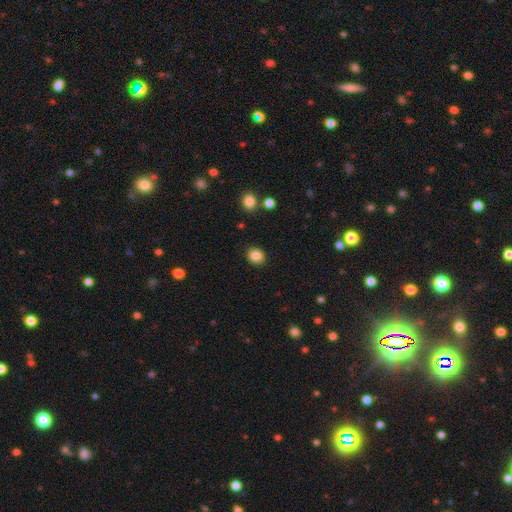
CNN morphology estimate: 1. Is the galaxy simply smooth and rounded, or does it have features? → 85% smooth, 10% star or artifact, 5% featured or disk.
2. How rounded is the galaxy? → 67% round, 32% in between, 1% cigar-shaped.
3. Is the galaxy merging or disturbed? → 88% none, 8% minor disturbance, 2% major disturbance, 2% merger.